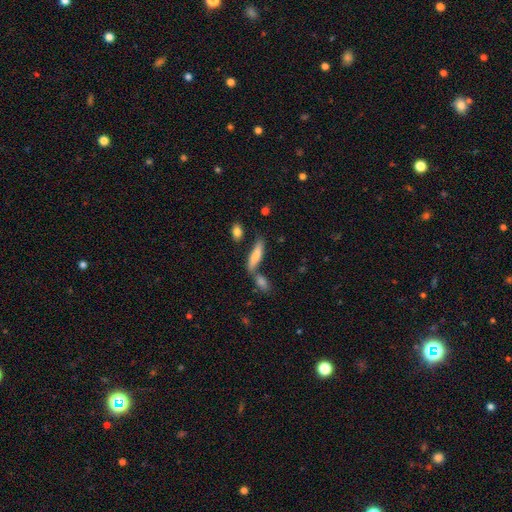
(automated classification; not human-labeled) A smooth galaxy with no disk features (71%) that is cigar-shaped (70%).

Vote fractions:
- Smooth or featured? smooth: 71% / featured or disk: 23% / star or artifact: 7%
- How rounded? cigar-shaped: 70% / in between: 28% / round: 2%
- Merging? none: 58% / merger: 24% / minor disturbance: 14% / major disturbance: 5%